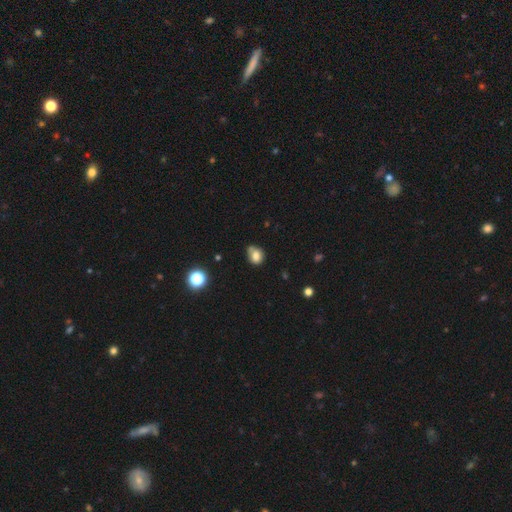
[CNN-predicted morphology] Overall: smooth (77%). How rounded: round (56%; in between 44%). Merging: none (51%; minor disturbance 31%).